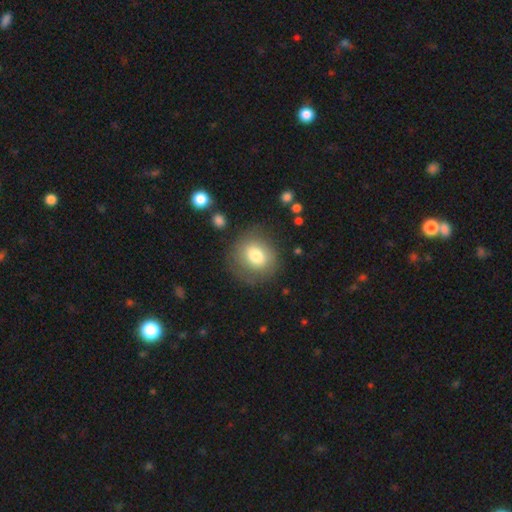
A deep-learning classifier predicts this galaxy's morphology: Q: Smooth or featured?
A: smooth (72%); runner-up: featured or disk (19%)
Q: How rounded?
A: round (77%); runner-up: in between (22%)
Q: Merging?
A: none (76%); runner-up: minor disturbance (14%)